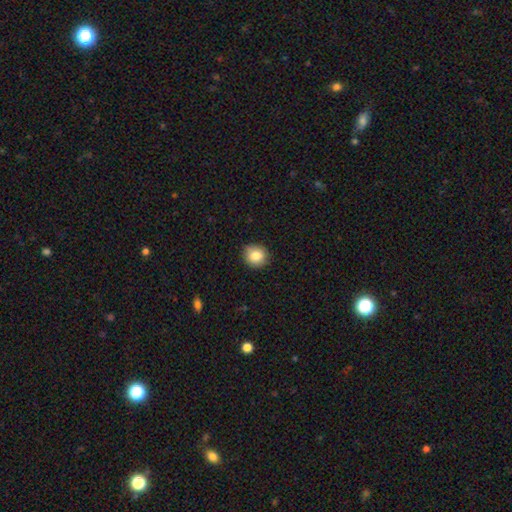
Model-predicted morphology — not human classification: Overall: smooth (83%). How rounded: round (84%). Merging: none (89%).